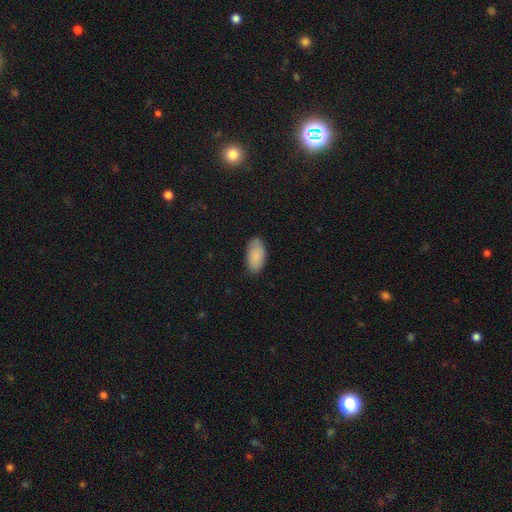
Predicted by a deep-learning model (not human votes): Smooth or featured? smooth (88%)
How rounded? in between (94%)
Merging? none (81%)